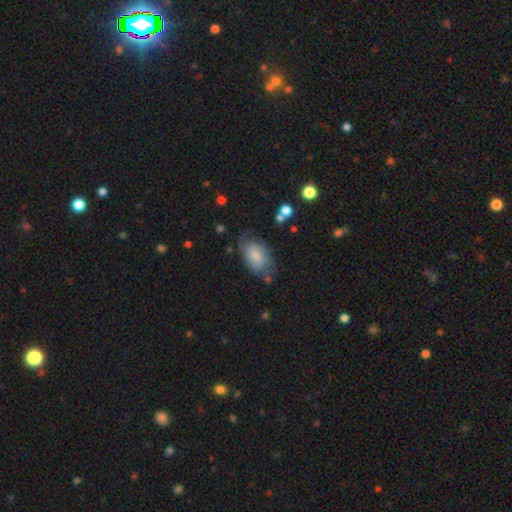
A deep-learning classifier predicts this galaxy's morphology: smooth-or-featured: smooth: 72% | featured or disk: 21% | star or artifact: 7%
  how-rounded: in between: 92% | round: 6% | cigar-shaped: 2%
  merging: none: 55% | minor disturbance: 29% | major disturbance: 11% | merger: 4%